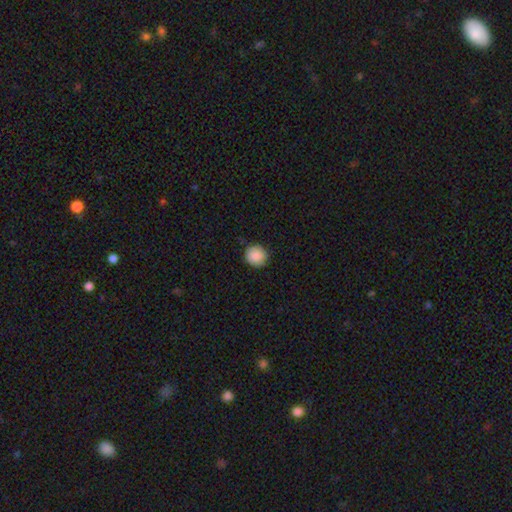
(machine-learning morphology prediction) type=smooth (89%); roundness=round (93%); merging=none (88%).